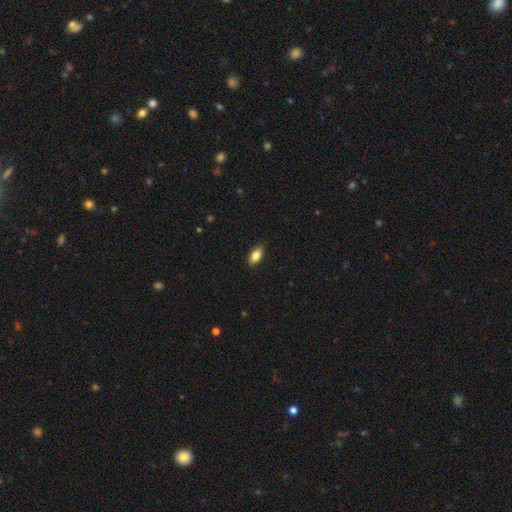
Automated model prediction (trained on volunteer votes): Overall: smooth (82%). How rounded: in between (88%). Merging: none (88%).